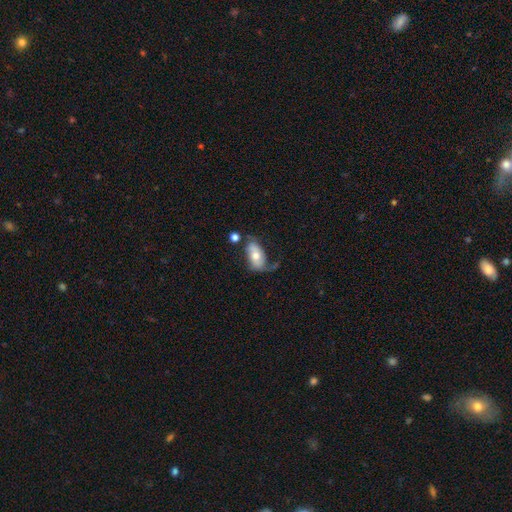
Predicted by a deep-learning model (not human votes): This is possibly a smooth galaxy (55%). How rounded: clearly in between (91%). Merging: marginally none (38%).